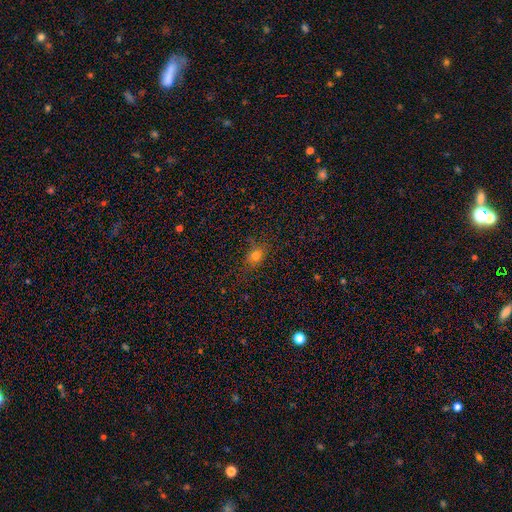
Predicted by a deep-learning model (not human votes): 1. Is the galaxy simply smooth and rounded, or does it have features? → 73% smooth, 18% star or artifact, 9% featured or disk.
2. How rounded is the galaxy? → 49% round, 48% in between, 3% cigar-shaped.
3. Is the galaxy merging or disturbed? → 76% none, 17% minor disturbance, 6% major disturbance, 2% merger.